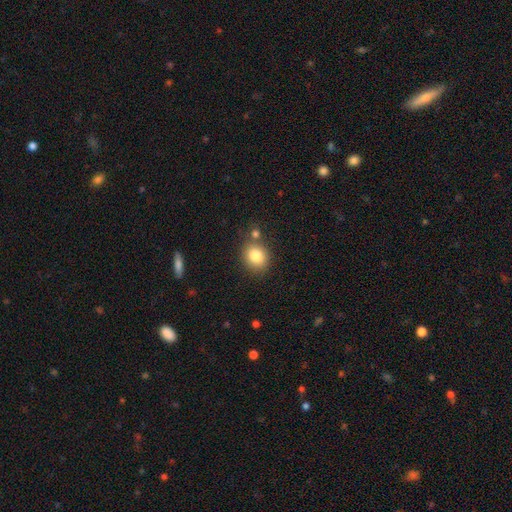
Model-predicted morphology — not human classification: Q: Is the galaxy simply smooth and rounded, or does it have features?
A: smooth — 83%.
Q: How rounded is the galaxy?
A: round — 65%.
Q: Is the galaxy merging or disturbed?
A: none — 72%.